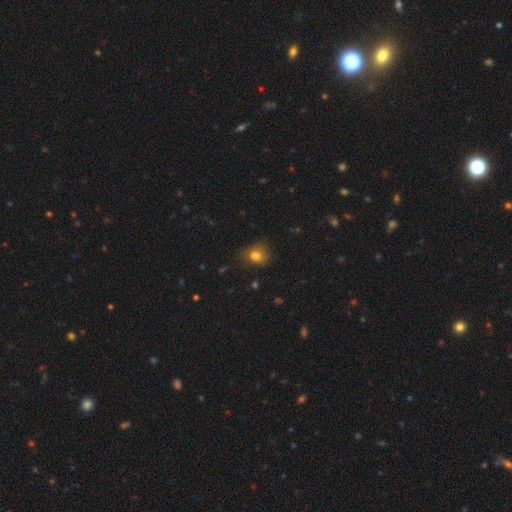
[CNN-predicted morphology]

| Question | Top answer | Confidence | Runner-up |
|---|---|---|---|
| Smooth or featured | smooth | 78% | star or artifact (13%) |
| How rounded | round | 65% | in between (34%) |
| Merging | none | 67% | minor disturbance (23%) |